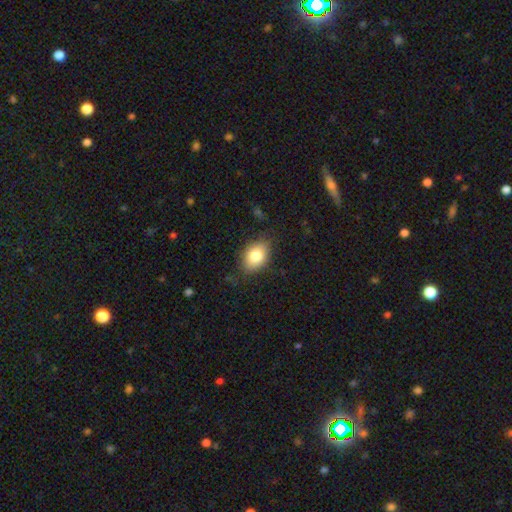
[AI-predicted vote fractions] Morphology: type=smooth (80%); roundness=in between (79%); merging=none (77%).